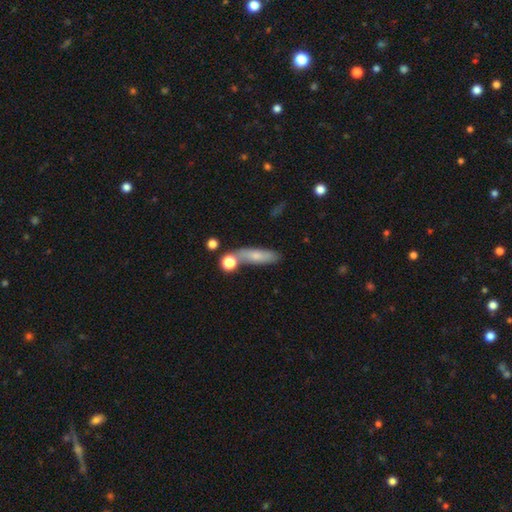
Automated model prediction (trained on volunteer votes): Q: Smooth or featured?
A: smooth (70%); runner-up: featured or disk (22%)
Q: How rounded?
A: cigar-shaped (58%); runner-up: in between (37%)
Q: Merging?
A: none (59%); runner-up: minor disturbance (18%)